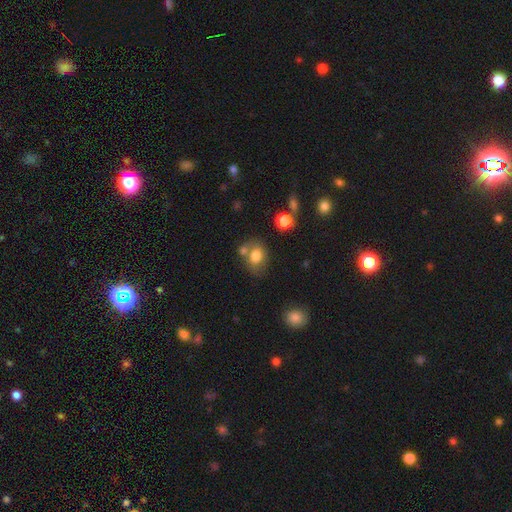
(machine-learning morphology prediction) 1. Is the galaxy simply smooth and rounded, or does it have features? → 76% smooth, 14% featured or disk, 10% star or artifact.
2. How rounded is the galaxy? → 53% in between, 46% round, 1% cigar-shaped.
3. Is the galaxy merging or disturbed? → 52% none, 26% merger, 16% minor disturbance, 6% major disturbance.